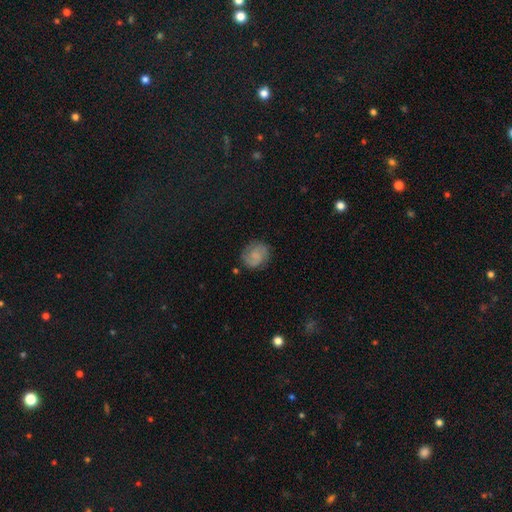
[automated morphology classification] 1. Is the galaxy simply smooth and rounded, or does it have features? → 46% smooth, 45% featured or disk, 9% star or artifact.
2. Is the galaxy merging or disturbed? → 76% none, 16% minor disturbance, 6% major disturbance, 2% merger.